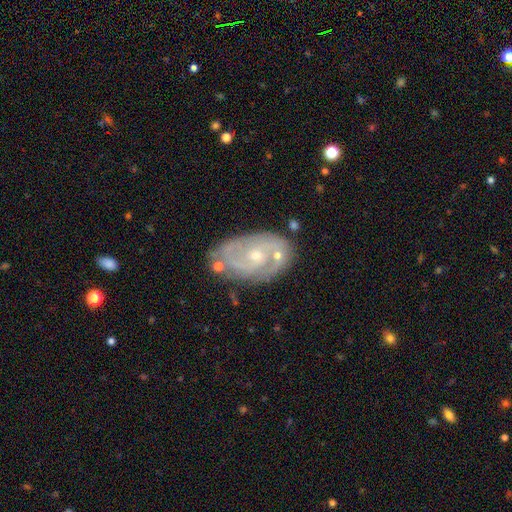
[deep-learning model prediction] This is clearly a featured or disk galaxy (81%). It is clearly not viewed edge-on (96%). Bar: likely no (63%). Spiral arm pattern: clearly yes (91%). Spiral arm count: possibly 2 (59%). Spiral winding: possibly tight (46%). Central bulge: likely small (62%). Merging: likely none (68%).